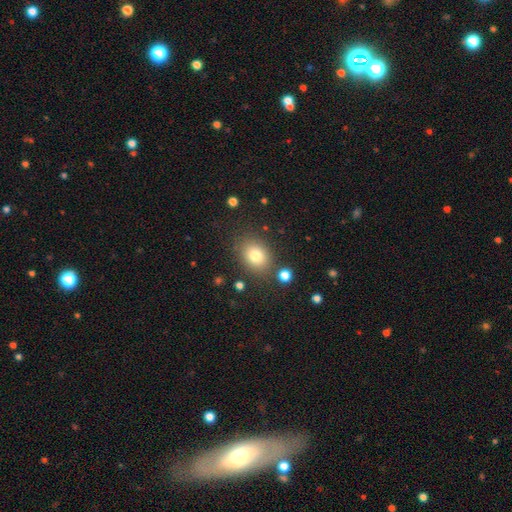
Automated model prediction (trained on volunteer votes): Smooth or featured?
  - smooth: 79% *
  - star or artifact: 12%
  - featured or disk: 9%
How rounded?
  - in between: 51% *
  - round: 48%
  - cigar-shaped: 1%
Merging?
  - none: 81% *
  - minor disturbance: 11%
  - merger: 4%
  - major disturbance: 4%